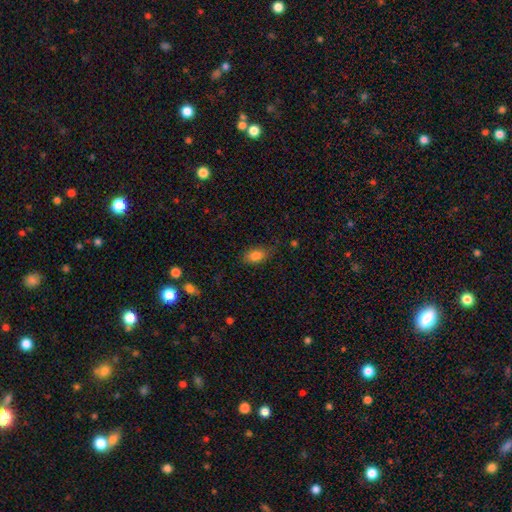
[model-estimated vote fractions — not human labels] The model was most divided on "merging": none: 74%, minor disturbance: 20%, major disturbance: 5%, merger: 1%. More confident: how rounded — in between (87%); smooth or featured — smooth (83%).